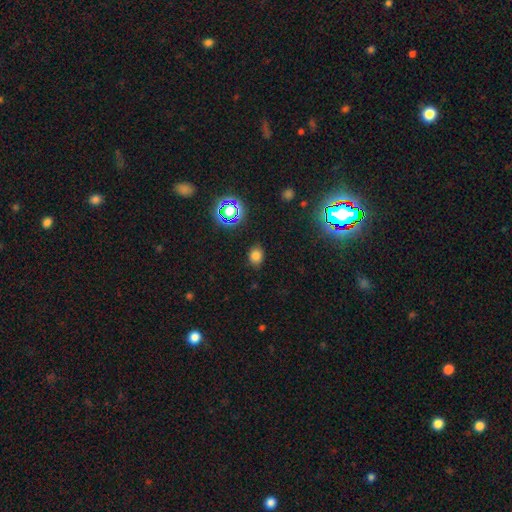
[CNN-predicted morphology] A smooth galaxy with no disk features (75%) that is in between round and cigar-shaped (53%). Merging: none (83%).